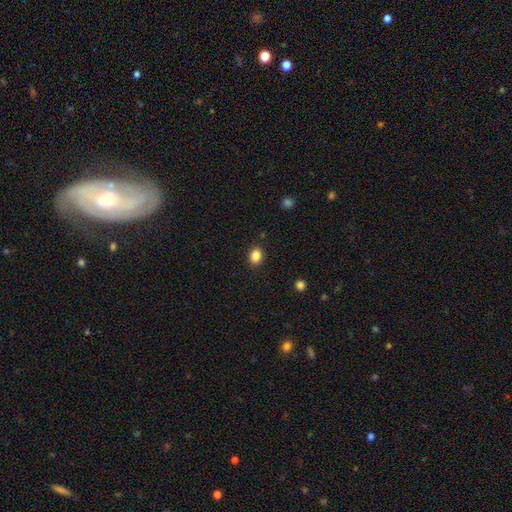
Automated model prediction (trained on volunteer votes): A smooth galaxy with no disk features (86%) that is round (50%). Merging: none (90%).